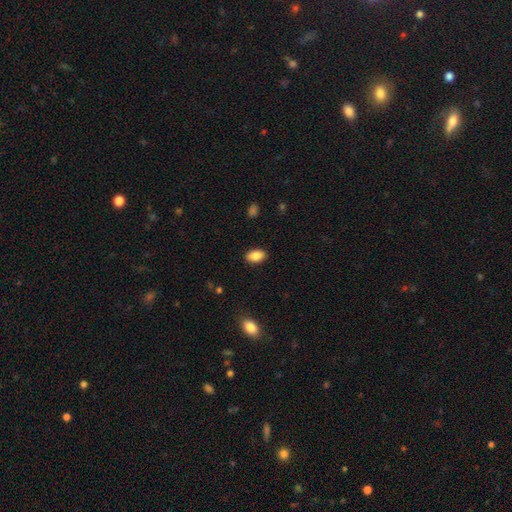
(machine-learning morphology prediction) This is clearly a smooth galaxy (87%). How rounded: clearly in between (92%). Merging: clearly none (88%).